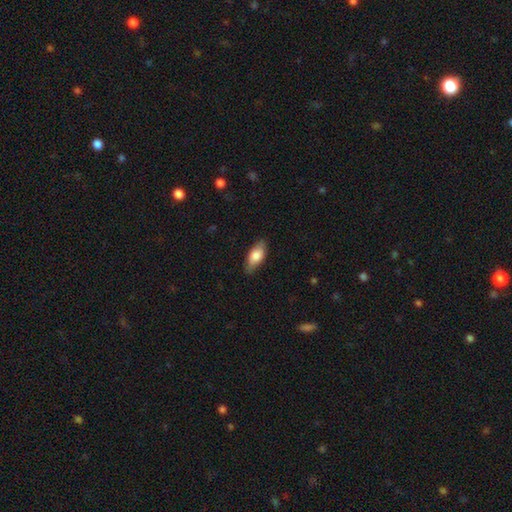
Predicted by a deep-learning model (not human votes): Q: Smooth or featured?
A: smooth (77%); runner-up: featured or disk (17%)
Q: How rounded?
A: in between (85%); runner-up: cigar-shaped (13%)
Q: Merging?
A: none (84%); runner-up: minor disturbance (13%)